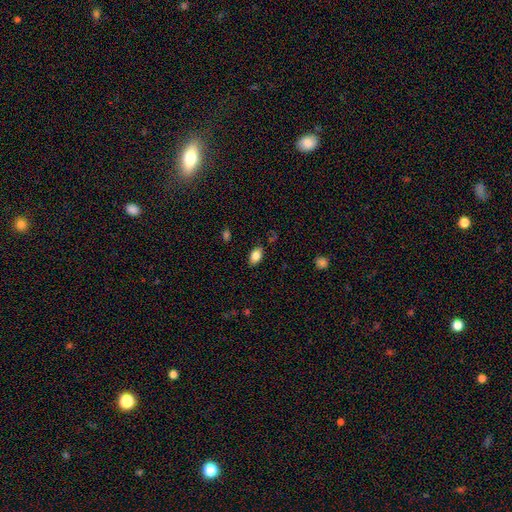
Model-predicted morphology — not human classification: This is clearly a smooth galaxy (84%). How rounded: clearly in between (89%). Merging: clearly none (84%).